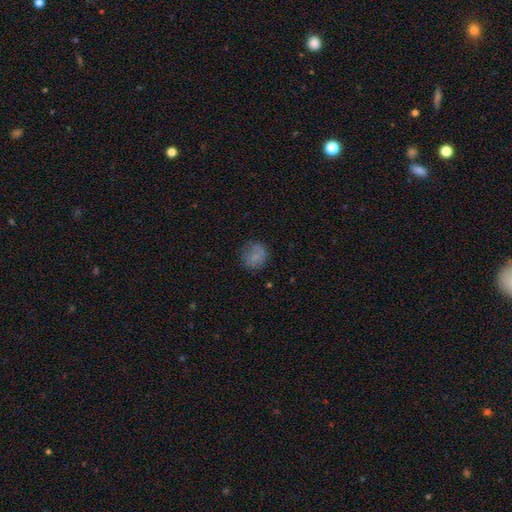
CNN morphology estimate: type=smooth (70%); roundness=round (79%); merging=none (62%).